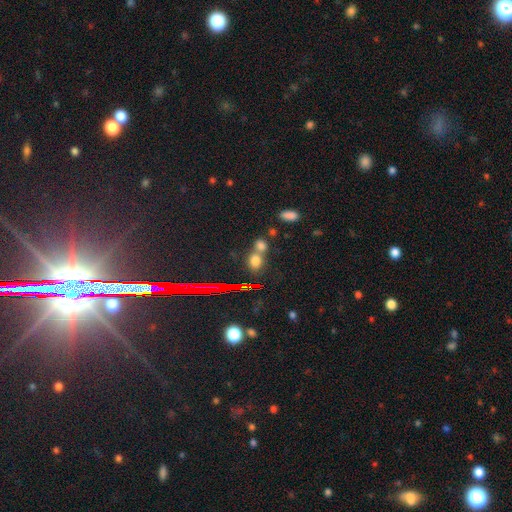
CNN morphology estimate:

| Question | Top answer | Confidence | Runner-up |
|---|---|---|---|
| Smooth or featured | smooth | 55% | star or artifact (30%) |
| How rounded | round | 59% | in between (36%) |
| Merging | merger | 50% | none (39%) |